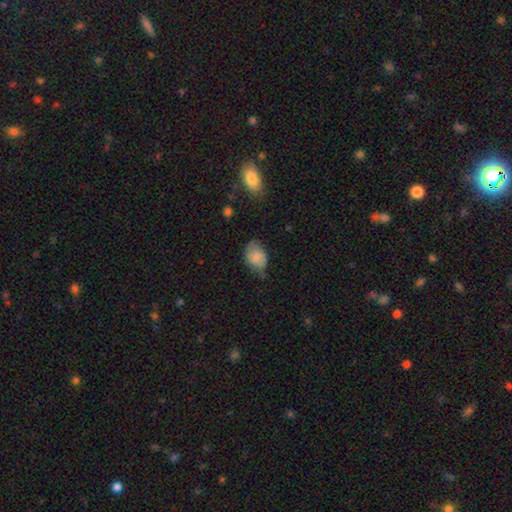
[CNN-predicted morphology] Overall: smooth (80%). How rounded: in between (79%). Merging: none (60%; minor disturbance 31%).